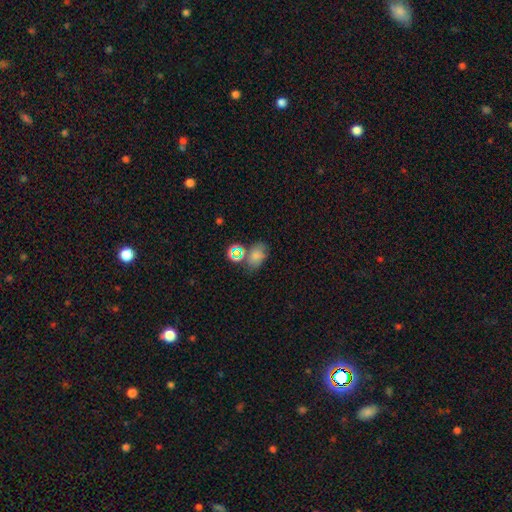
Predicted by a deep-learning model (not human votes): smooth_or_featured: smooth (p=0.66) [alt: star or artifact p=0.21]
how_rounded: in between (p=0.73) [alt: round p=0.25]
merging: none (p=0.55) [alt: minor disturbance p=0.20]